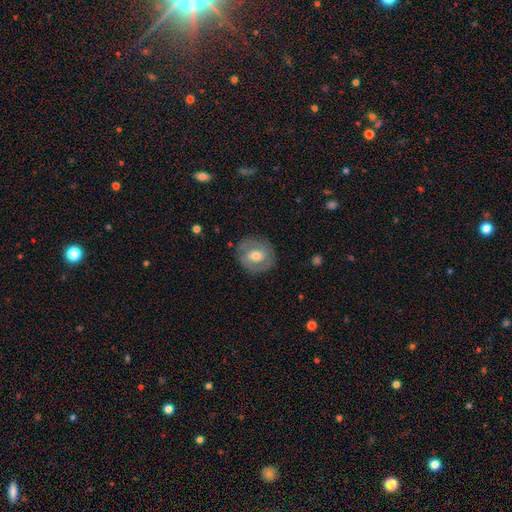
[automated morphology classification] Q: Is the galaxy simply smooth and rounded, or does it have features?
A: featured or disk — 57%.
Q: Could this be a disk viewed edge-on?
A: no — 96%.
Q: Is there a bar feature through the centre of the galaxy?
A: no — 50%.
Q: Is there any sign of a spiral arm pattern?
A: yes — 68%.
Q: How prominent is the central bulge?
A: moderate — 66%.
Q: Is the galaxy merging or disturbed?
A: none — 81%.